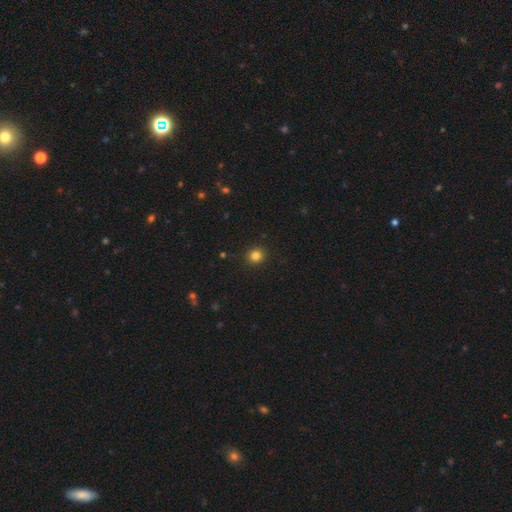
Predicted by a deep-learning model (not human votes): The model was most divided on "smooth or featured": smooth: 82%, star or artifact: 13%, featured or disk: 5%. More confident: merging — none (92%); how rounded — round (92%).